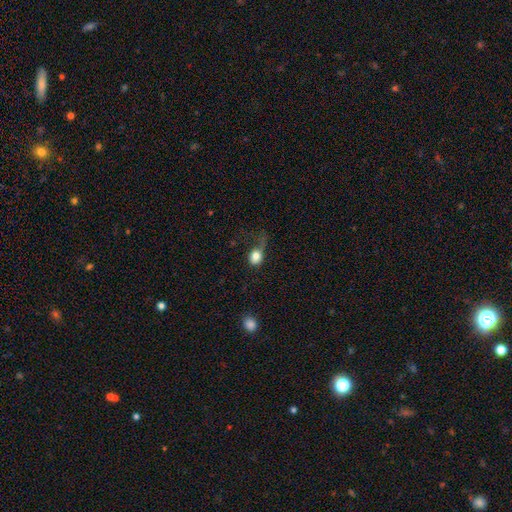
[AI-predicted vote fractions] Smooth or featured: smooth — 76% (featured or disk — 15%)
How rounded: round — 57% (in between — 42%)
Merging: major disturbance — 48% (none — 25%)